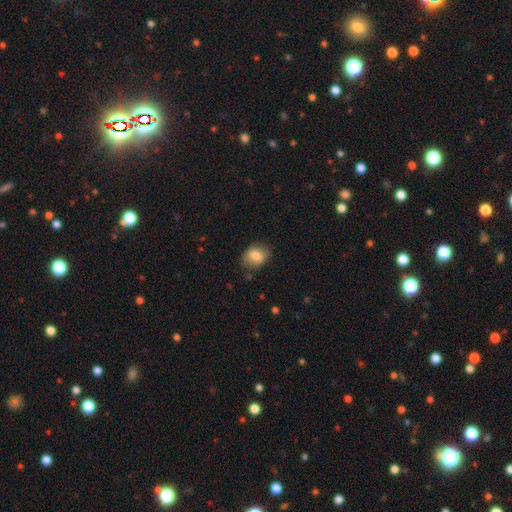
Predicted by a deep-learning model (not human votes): Q: Smooth or featured?
A: smooth (80%); runner-up: featured or disk (12%)
Q: How rounded?
A: in between (62%); runner-up: round (37%)
Q: Merging?
A: none (77%); runner-up: minor disturbance (18%)